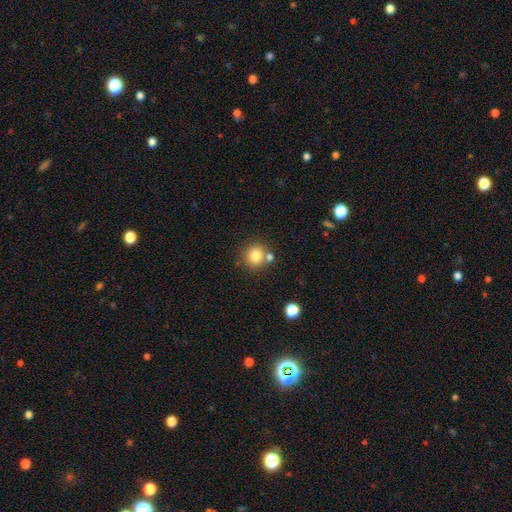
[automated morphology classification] Overall: smooth (81%). How rounded: round (87%). Merging: none (70%).